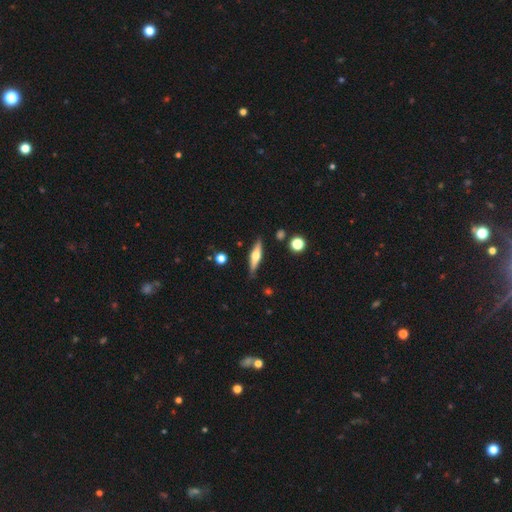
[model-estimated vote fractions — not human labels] smooth_or_featured: featured or disk (p=0.57) [alt: smooth p=0.36]
disk_edge_on: yes (p=0.94) [alt: no p=0.06]
edge_on_bulge: rounded (p=0.92) [alt: boxy p=0.05]
merging: none (p=0.86) [alt: minor disturbance p=0.10]